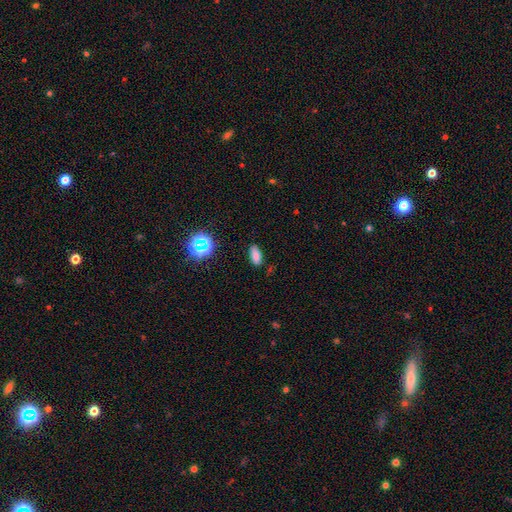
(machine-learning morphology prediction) This is likely a smooth galaxy (78%). How rounded: clearly in between (87%). Merging: clearly none (84%).